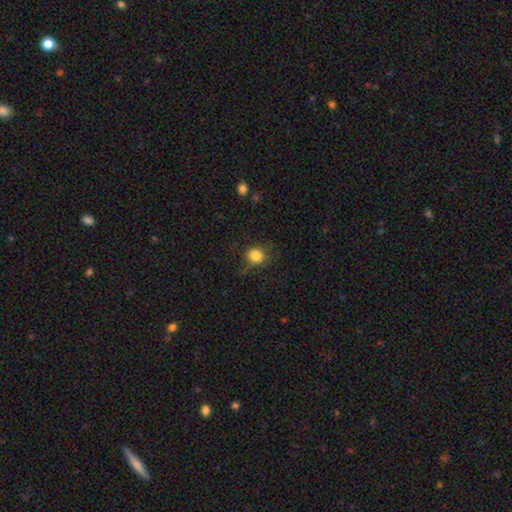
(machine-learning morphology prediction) smooth-or-featured: smooth: 83% | star or artifact: 11% | featured or disk: 5%
  how-rounded: round: 85% | in between: 14% | cigar-shaped: 1%
  merging: none: 76% | minor disturbance: 17% | major disturbance: 6% | merger: 2%